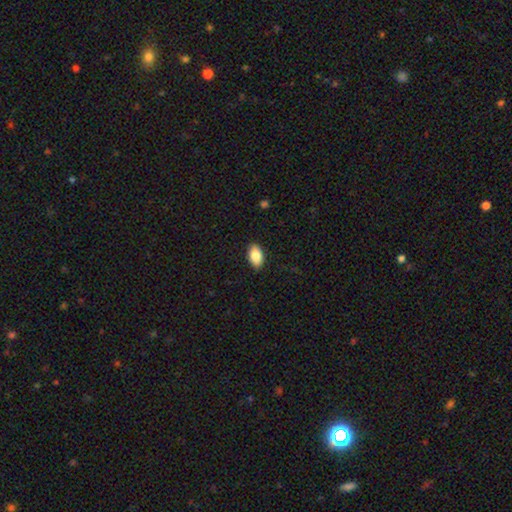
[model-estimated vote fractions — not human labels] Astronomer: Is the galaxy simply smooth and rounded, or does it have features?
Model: smooth — 86%.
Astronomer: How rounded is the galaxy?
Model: in between — 93%.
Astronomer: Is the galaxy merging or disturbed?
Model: none — 88%.